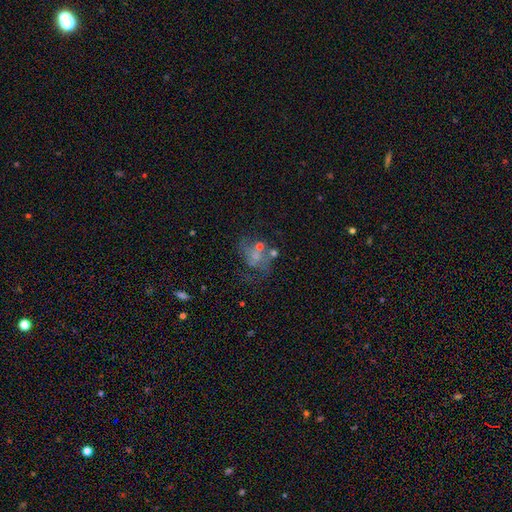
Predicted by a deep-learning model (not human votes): This is possibly a featured or disk galaxy (52%). It is clearly not viewed edge-on (98%). Bar: likely no (76%). Spiral arm pattern: possibly yes (59%). Central bulge: marginally small (35%). Merging: marginally none (38%).